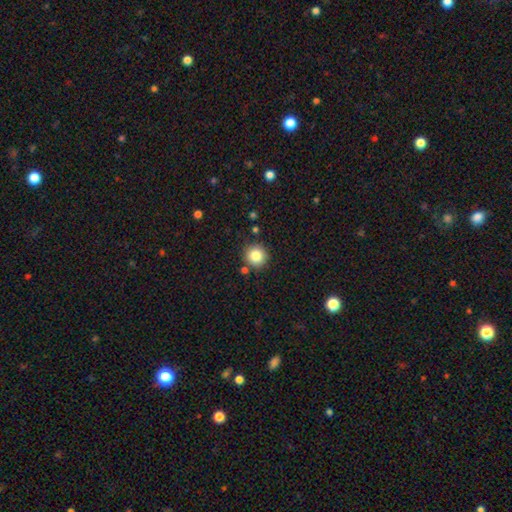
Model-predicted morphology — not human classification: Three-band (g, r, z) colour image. It shows a smooth galaxy with no disk features (84%) that is round (94%). Merging: none (85%).